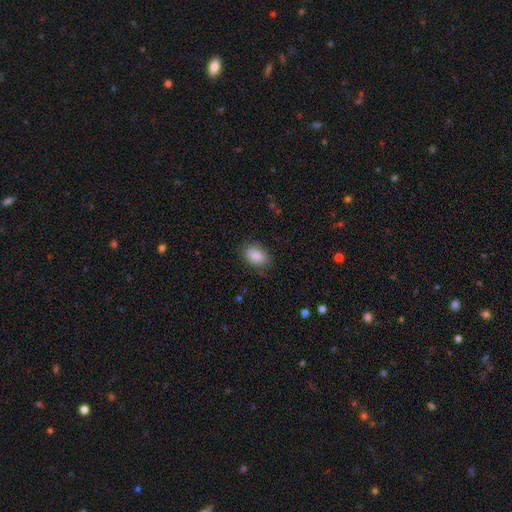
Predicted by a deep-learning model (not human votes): Morphology: type=smooth (87%); roundness=in between (86%); merging=none (79%).